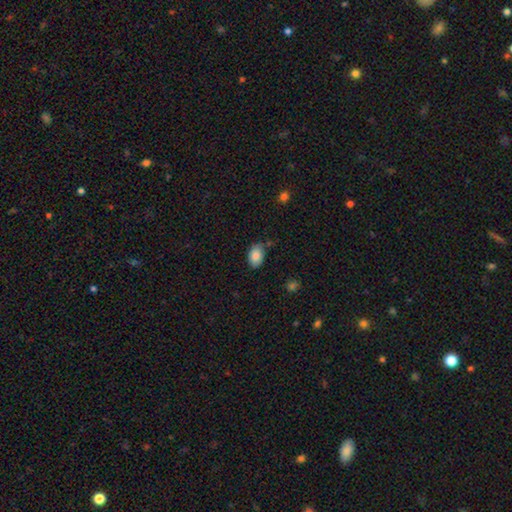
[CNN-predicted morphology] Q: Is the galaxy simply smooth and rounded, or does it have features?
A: smooth — 85%.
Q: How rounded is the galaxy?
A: in between — 87%.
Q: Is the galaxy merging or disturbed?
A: none — 74%.